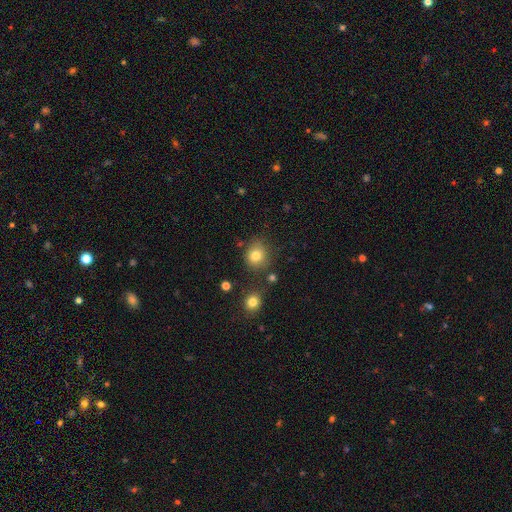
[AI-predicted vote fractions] This is likely a smooth galaxy (80%). How rounded: likely round (78%). Merging: likely none (75%).